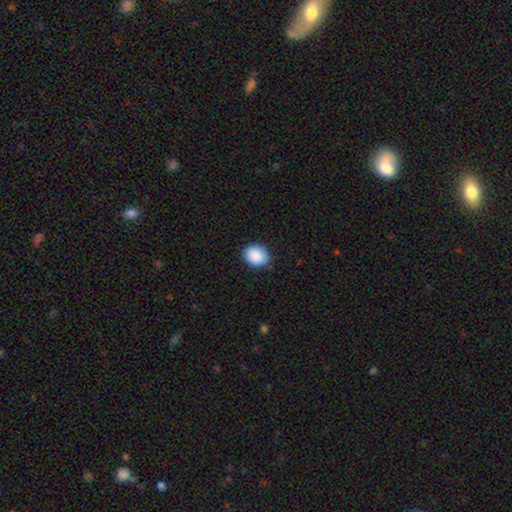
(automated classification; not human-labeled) Smooth or featured? Predicted: smooth (p=0.90). How rounded? Predicted: round (p=0.58). Merging? Predicted: none (p=0.85).